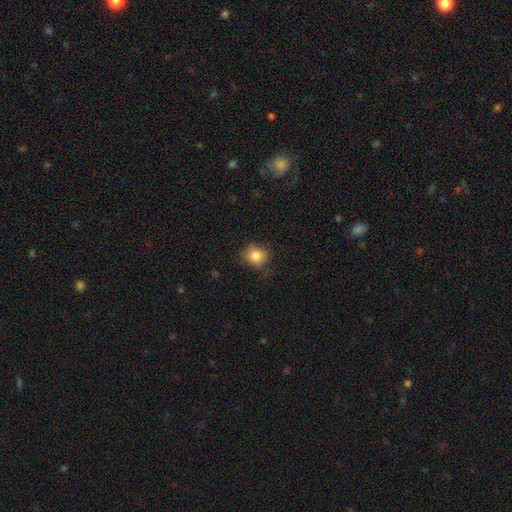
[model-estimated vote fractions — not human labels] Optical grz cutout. It shows a smooth galaxy with no disk features (82%) that is round (72%). Merging: none (73%).